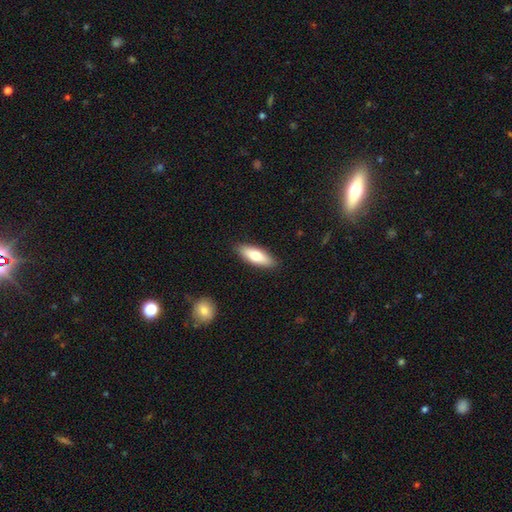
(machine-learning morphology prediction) smooth-or-featured: smooth: 71% | featured or disk: 24% | star or artifact: 6%
  how-rounded: in between: 61% | cigar-shaped: 37% | round: 2%
  merging: none: 89% | minor disturbance: 8% | major disturbance: 2% | merger: 1%